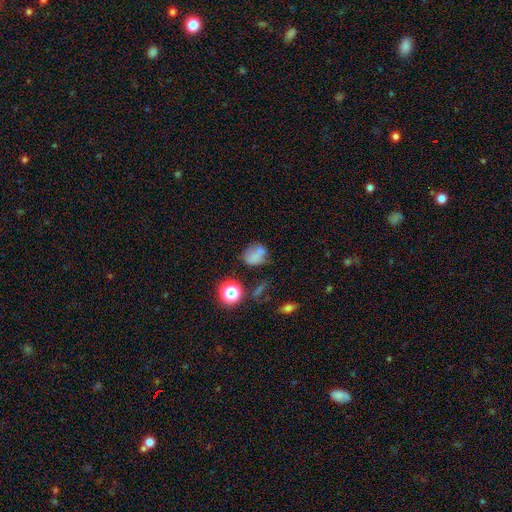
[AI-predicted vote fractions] Morphology: type=smooth (64%); roundness=round (51%); merging=none (49%).